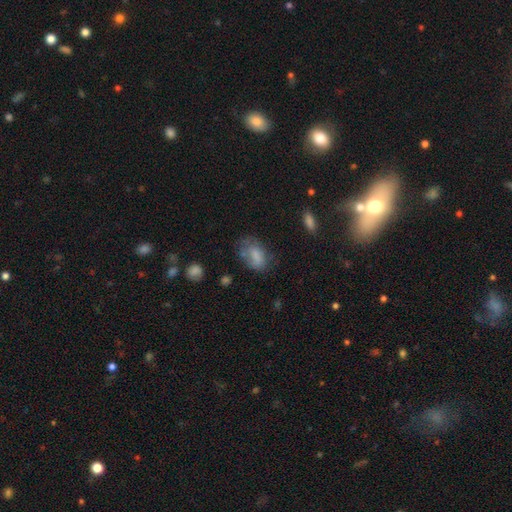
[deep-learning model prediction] smooth-or-featured: smooth: 75% | featured or disk: 16% | star or artifact: 9%
  how-rounded: in between: 88% | round: 10% | cigar-shaped: 2%
  merging: none: 49% | minor disturbance: 29% | major disturbance: 17% | merger: 6%